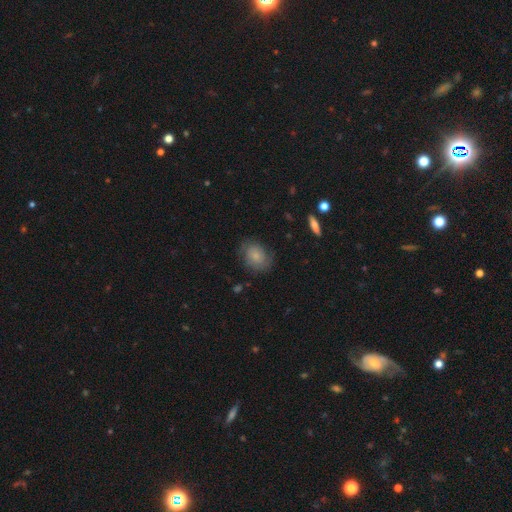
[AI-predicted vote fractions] Overall: smooth (57%; featured or disk 35%). How rounded: in between (52%; round 46%). Merging: none (70%).